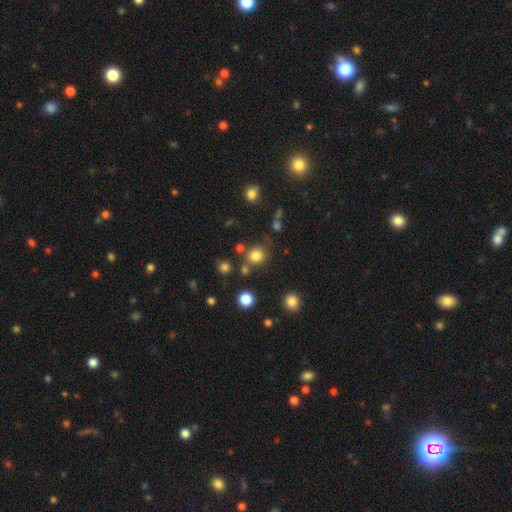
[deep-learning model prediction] This appears to be a smooth galaxy with no disk features (80%) that is round (85%). Merging: none (75%).